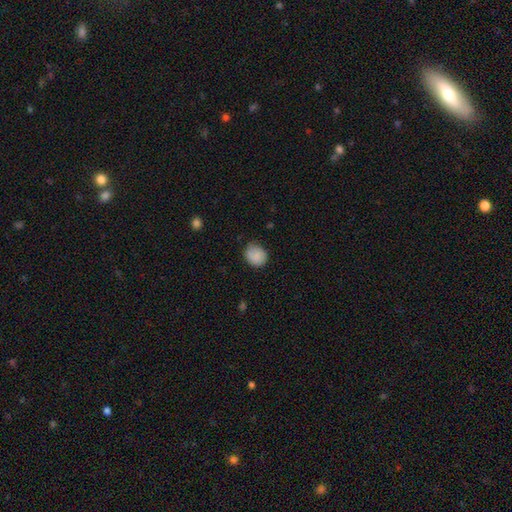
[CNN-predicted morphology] Smooth or featured? smooth (85%)
How rounded? round (70%)
Merging? none (74%)